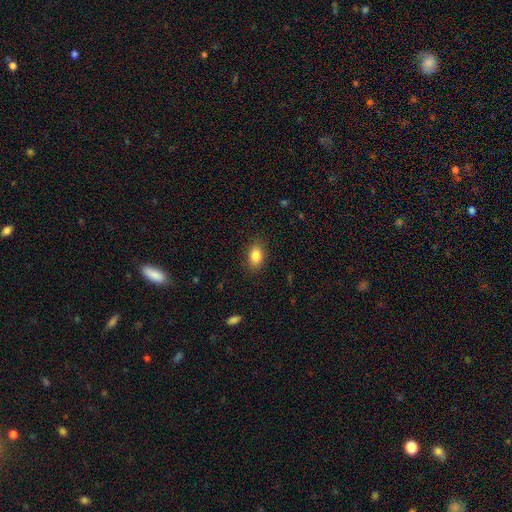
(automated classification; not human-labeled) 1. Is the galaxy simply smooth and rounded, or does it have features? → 86% smooth, 8% star or artifact, 6% featured or disk.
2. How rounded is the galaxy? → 84% in between, 14% round, 2% cigar-shaped.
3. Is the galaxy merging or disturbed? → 86% none, 10% minor disturbance, 3% major disturbance, 1% merger.